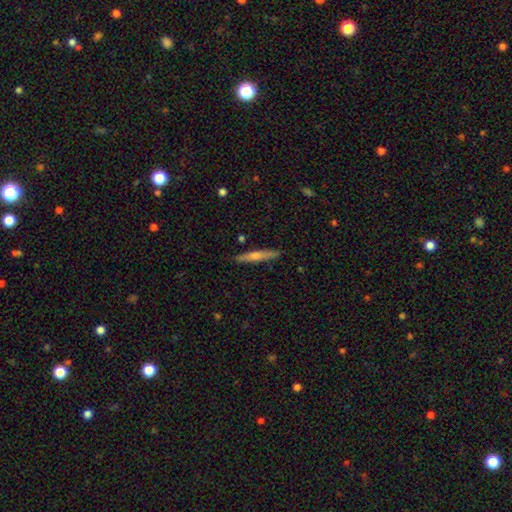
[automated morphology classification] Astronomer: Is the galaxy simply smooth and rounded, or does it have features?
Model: smooth — 50% (runner-up: featured or disk, 44%).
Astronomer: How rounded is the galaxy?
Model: cigar-shaped — 94%.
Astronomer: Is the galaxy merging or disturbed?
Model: none — 89%.